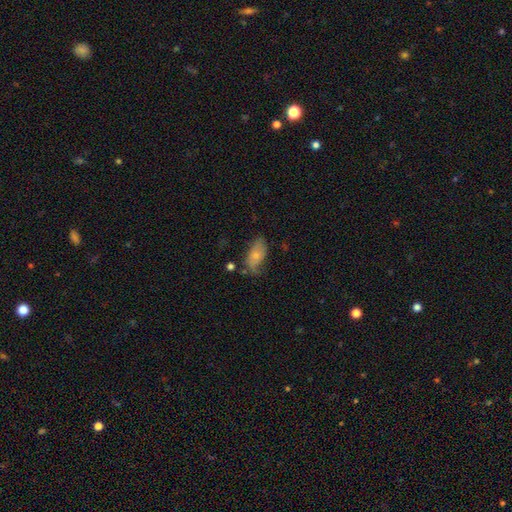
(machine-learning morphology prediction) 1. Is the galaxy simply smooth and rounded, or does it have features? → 70% smooth, 23% featured or disk, 8% star or artifact.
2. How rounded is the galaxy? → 91% in between, 5% cigar-shaped, 4% round.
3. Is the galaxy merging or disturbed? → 51% none, 32% minor disturbance, 13% major disturbance, 4% merger.